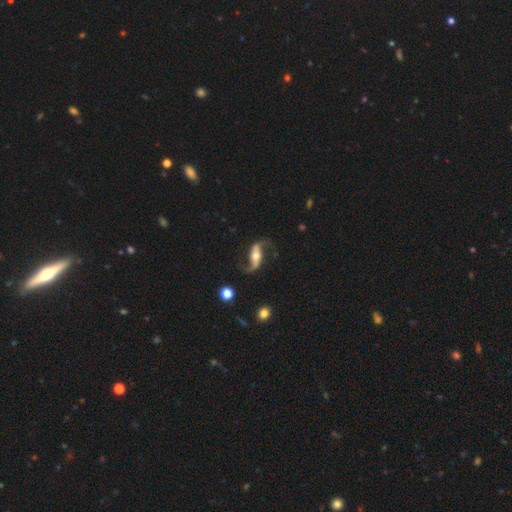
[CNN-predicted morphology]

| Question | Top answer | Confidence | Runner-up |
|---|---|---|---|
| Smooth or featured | featured or disk | 90% | smooth (6%) |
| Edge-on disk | no | 93% | yes (7%) |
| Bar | strong | 41% | no (32%) |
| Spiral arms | yes | 97% | no (3%) |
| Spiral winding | loose | 86% | medium (11%) |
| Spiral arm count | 2 | 94% | 1 (2%) |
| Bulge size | moderate | 59% | small (25%) |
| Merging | none | 79% | minor disturbance (12%) |